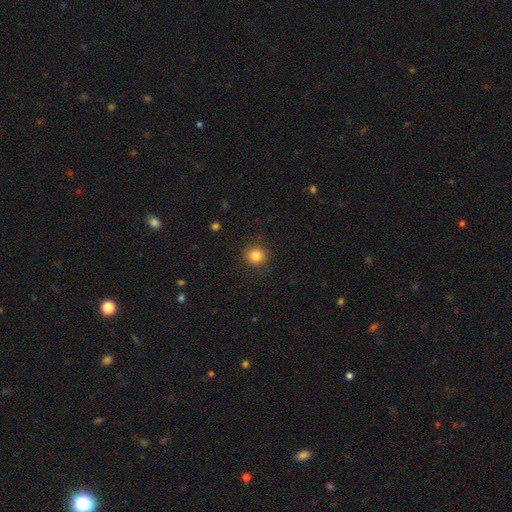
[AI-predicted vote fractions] Overall: smooth (83%). How rounded: round (92%). Merging: none (90%).